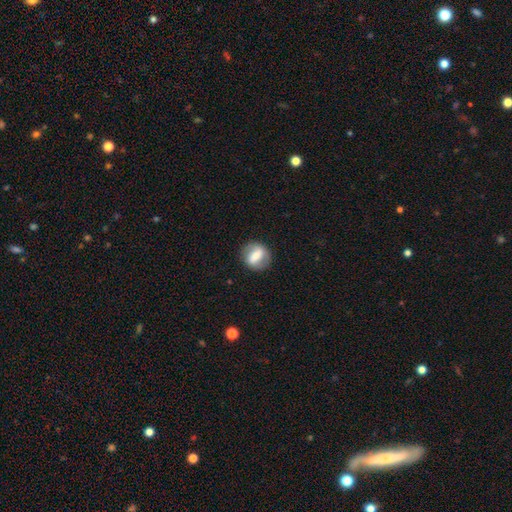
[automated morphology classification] Smooth or featured?
  - smooth: 51% *
  - featured or disk: 42%
  - star or artifact: 7%
How rounded?
  - round: 63% *
  - in between: 34%
  - cigar-shaped: 3%
Merging?
  - none: 83% *
  - minor disturbance: 12%
  - major disturbance: 4%
  - merger: 1%